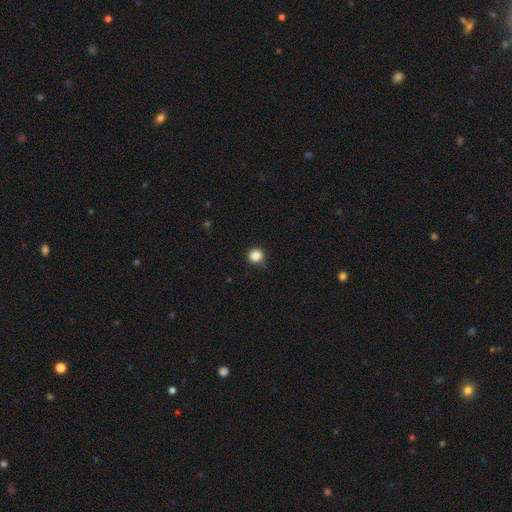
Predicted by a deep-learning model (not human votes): Smooth or featured?
  - smooth: 86% *
  - star or artifact: 11%
  - featured or disk: 3%
How rounded?
  - round: 92% *
  - in between: 7%
  - cigar-shaped: 1%
Merging?
  - none: 87% *
  - minor disturbance: 10%
  - major disturbance: 2%
  - merger: 1%